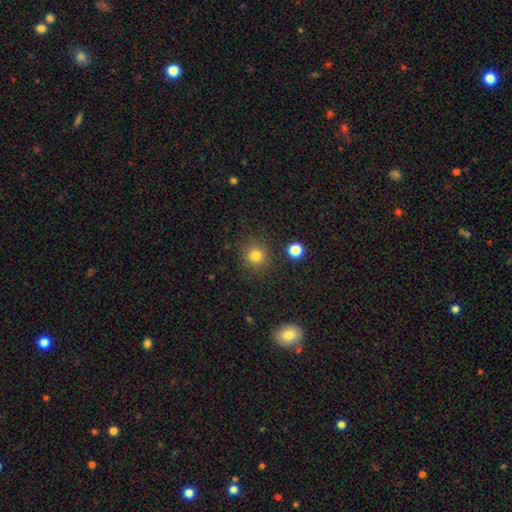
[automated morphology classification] The model was most divided on "smooth or featured": smooth: 81%, star or artifact: 13%, featured or disk: 6%. More confident: how rounded — round (92%); merging — none (86%).